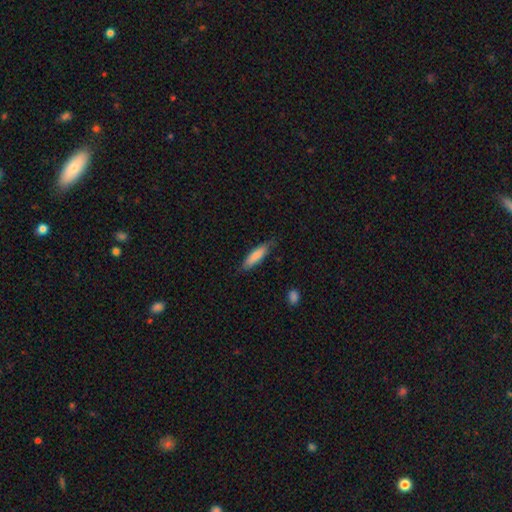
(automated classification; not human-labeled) Smooth or featured: smooth — 82% (featured or disk — 12%)
How rounded: cigar-shaped — 63% (in between — 35%)
Merging: none — 78% (minor disturbance — 17%)